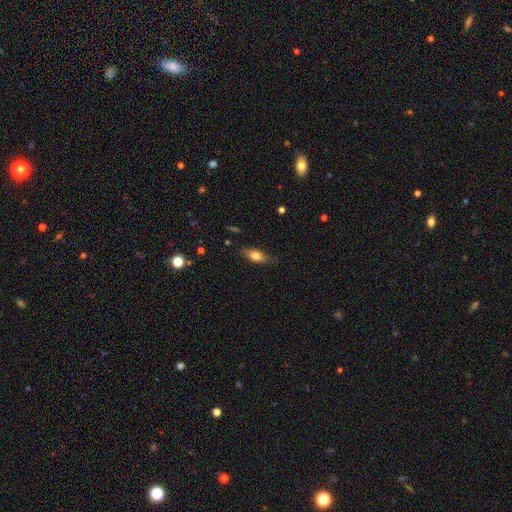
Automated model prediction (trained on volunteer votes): smooth_or_featured: smooth (p=0.67) [alt: featured or disk p=0.26]
how_rounded: in between (p=0.70) [alt: cigar-shaped p=0.26]
merging: none (p=0.73) [alt: minor disturbance p=0.21]